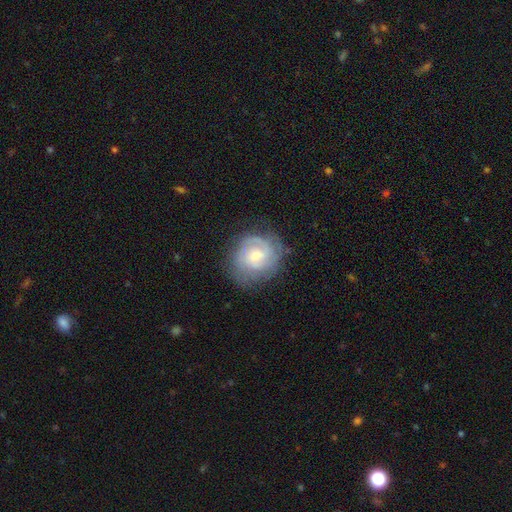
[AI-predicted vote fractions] Smooth or featured? featured or disk (69%)
Edge-on disk? no (98%)
Bar? no (61%)
Spiral arms? yes (88%)
Spiral winding? tight (60%)
Spiral arm count? can't tell (38%)
Bulge size? small (55%)
Merging? none (69%)